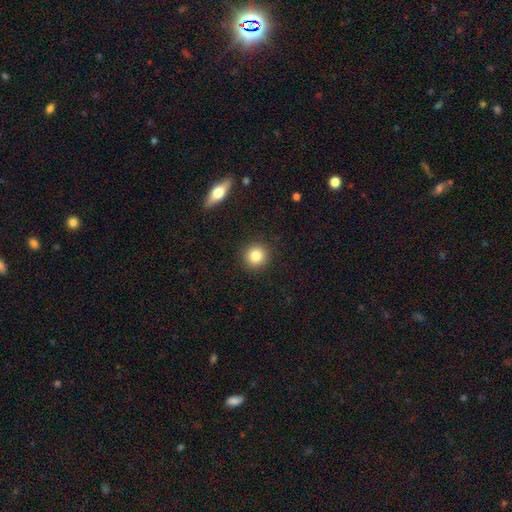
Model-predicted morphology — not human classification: smooth_or_featured: smooth (p=0.83) [alt: star or artifact p=0.10]
how_rounded: round (p=0.93) [alt: in between p=0.06]
merging: none (p=0.92) [alt: minor disturbance p=0.05]